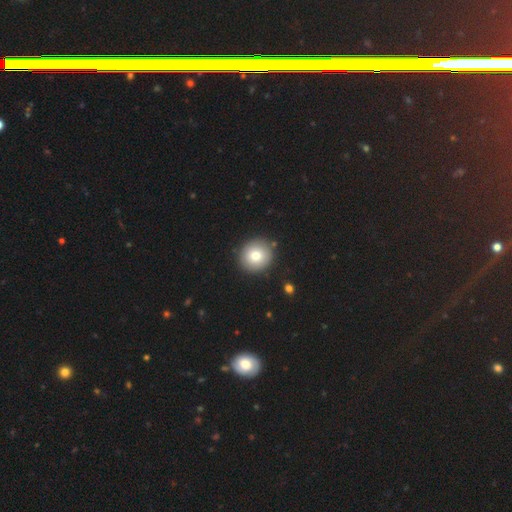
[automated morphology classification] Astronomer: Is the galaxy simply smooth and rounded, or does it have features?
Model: smooth — 77%.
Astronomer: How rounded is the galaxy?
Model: round — 91%.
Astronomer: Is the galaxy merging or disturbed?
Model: none — 90%.